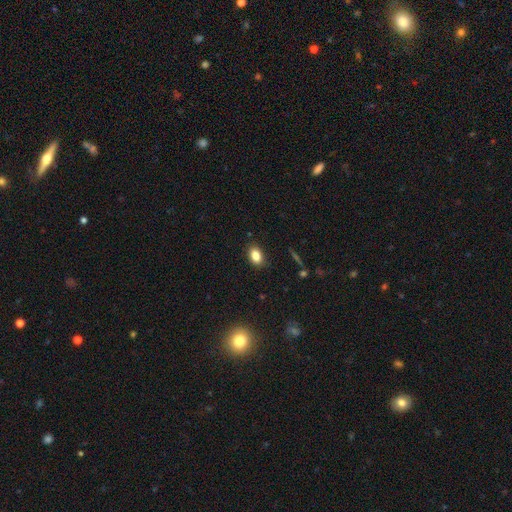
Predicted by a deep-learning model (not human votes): Smooth or featured? smooth (85%)
How rounded? in between (83%)
Merging? none (87%)